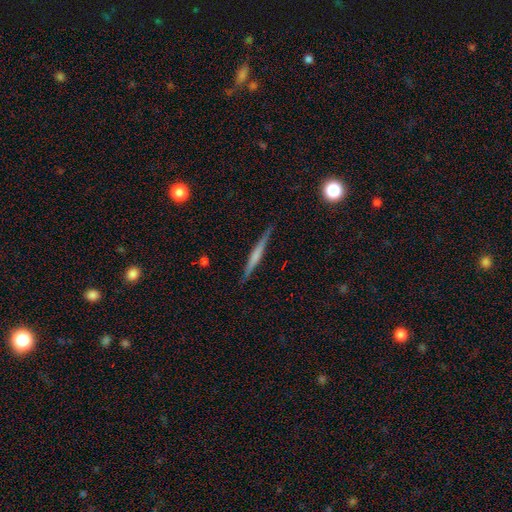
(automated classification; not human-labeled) This appears to be a featured or disk galaxy (55%) viewed edge-on (97%) with no central bulge (54%). Merging: none (89%).